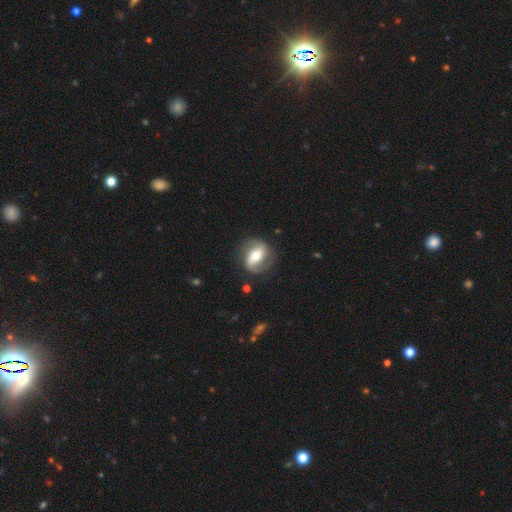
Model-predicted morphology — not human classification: This appears to be a featured or disk galaxy (71%) with a strong bar (42%), 2 (87%) medium (42%) spiral arms (85%) and a moderate central bulge (69%). Merging: none (77%).